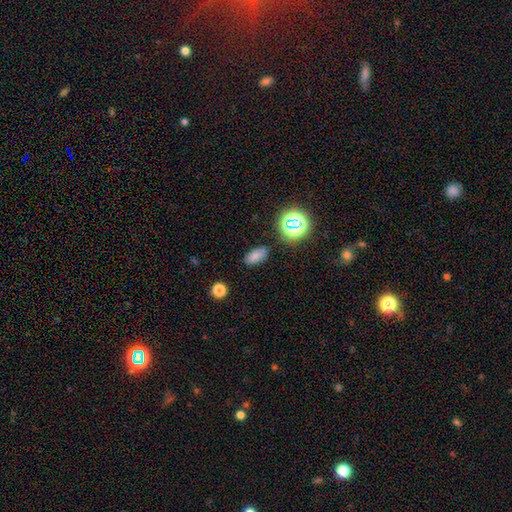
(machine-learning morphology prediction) smooth-or-featured: smooth: 75% | star or artifact: 17% | featured or disk: 7%
  how-rounded: in between: 89% | round: 6% | cigar-shaped: 5%
  merging: none: 82% | minor disturbance: 13% | major disturbance: 3% | merger: 2%